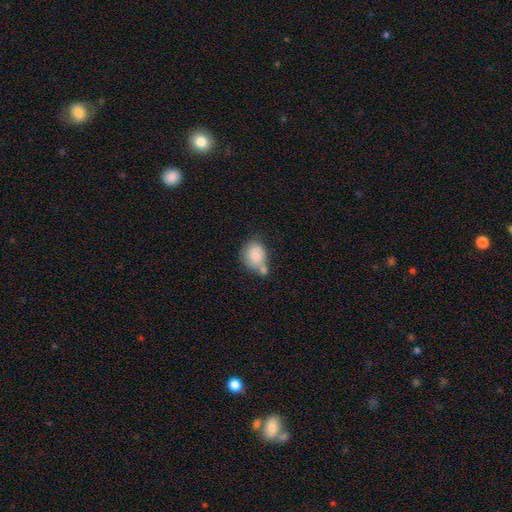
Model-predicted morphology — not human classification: Q: Smooth or featured?
A: smooth (82%); runner-up: featured or disk (11%)
Q: How rounded?
A: round (55%); runner-up: in between (43%)
Q: Merging?
A: merger (40%); runner-up: none (36%)